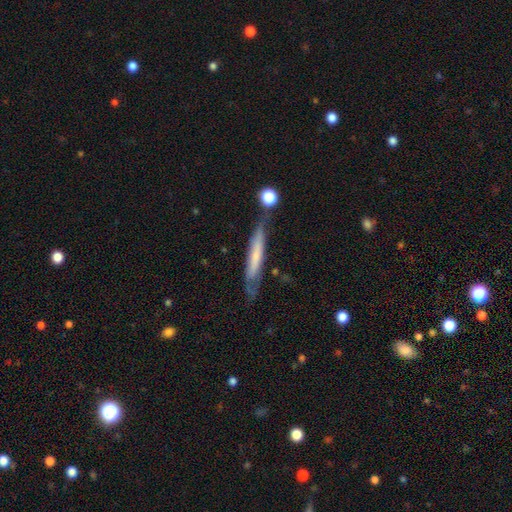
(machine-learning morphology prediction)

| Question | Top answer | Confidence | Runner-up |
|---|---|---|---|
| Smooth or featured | smooth | 48% | featured or disk (46%) |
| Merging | none | 57% | minor disturbance (26%) |